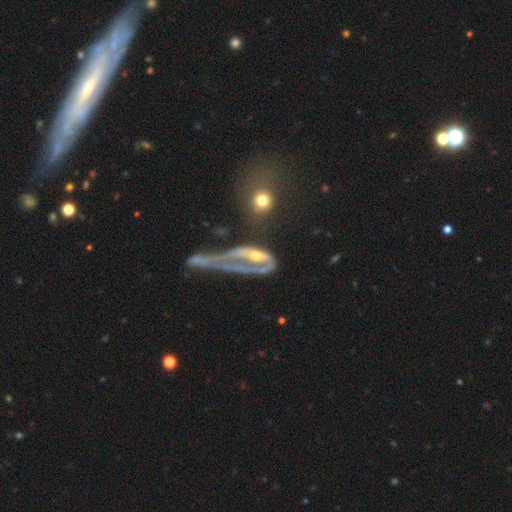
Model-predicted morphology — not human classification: smooth-or-featured: featured or disk: 69% | smooth: 23% | star or artifact: 9%
  disk-edge-on: no: 88% | yes: 12%
    bar: no: 70% | weak: 19% | strong: 11%
    has-spiral-arms: no: 54% | yes: 46%
    bulge-size: moderate: 49% | small: 35% | none: 8% | large: 5% | dominant: 2%
  merging: major disturbance: 54% | merger: 22% | none: 13% | minor disturbance: 10%